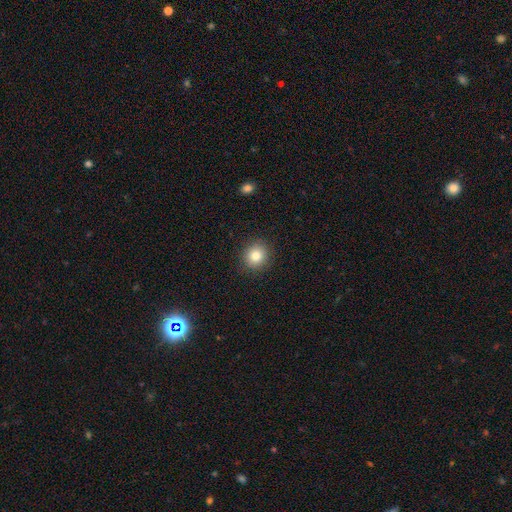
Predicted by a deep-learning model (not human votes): smooth 83%, star or artifact 10%, featured or disk 7%. Down the decision tree: how rounded — round (86%); merging — none (90%).